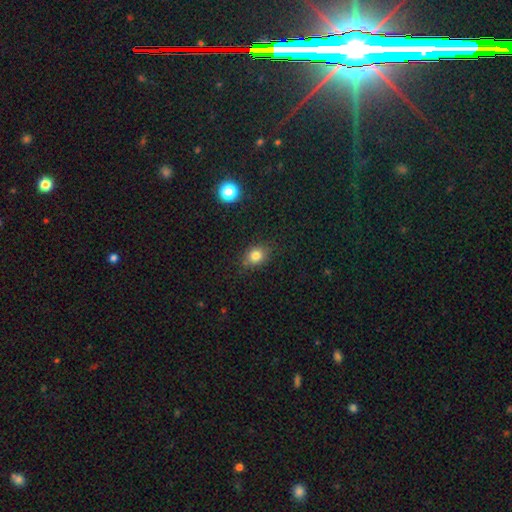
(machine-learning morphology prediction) A smooth galaxy with no disk features (81%) that is round (58%).

Vote fractions:
- Smooth or featured? smooth: 81% / star or artifact: 12% / featured or disk: 7%
- How rounded? round: 58% / in between: 41% / cigar-shaped: 1%
- Merging? none: 78% / minor disturbance: 16% / major disturbance: 4% / merger: 2%